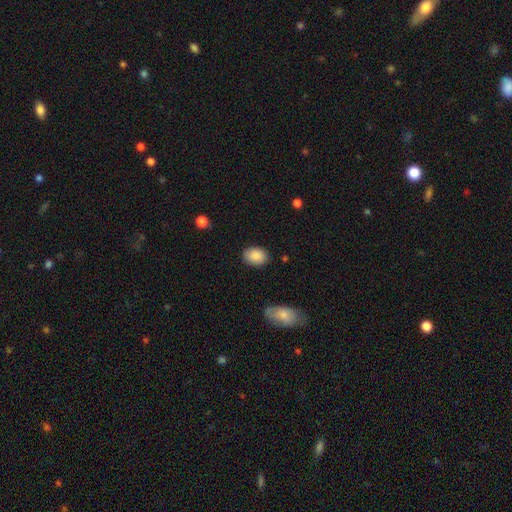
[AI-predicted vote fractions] Smooth or featured: smooth — 88% (star or artifact — 7%)
How rounded: in between — 71% (round — 27%)
Merging: none — 85% (minor disturbance — 11%)